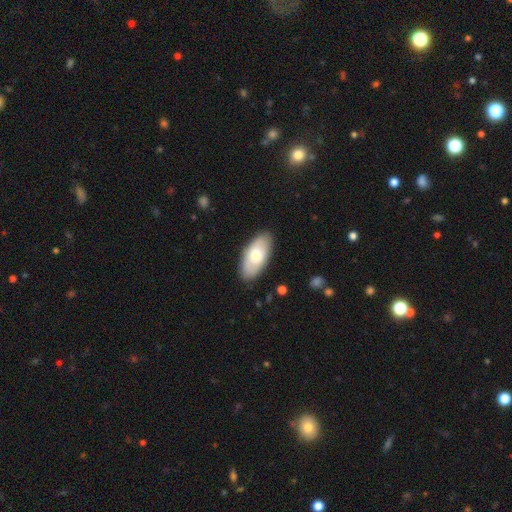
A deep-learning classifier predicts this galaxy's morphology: Overall: smooth (72%). How rounded: in between (91%). Merging: none (85%).